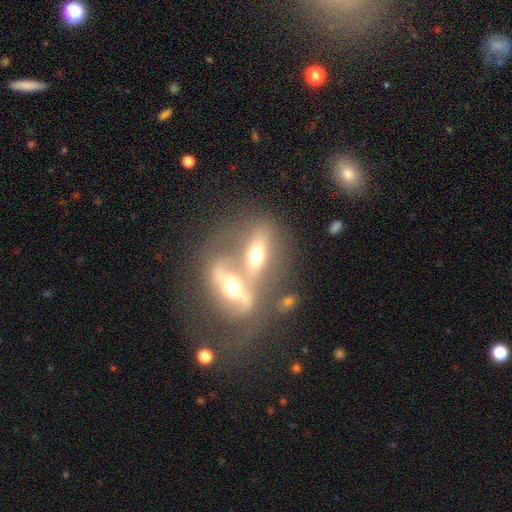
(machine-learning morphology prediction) Overall: featured or disk (53%; smooth 39%). Edge-on disk: no (60%; yes 40%). Merging: merger (64%).